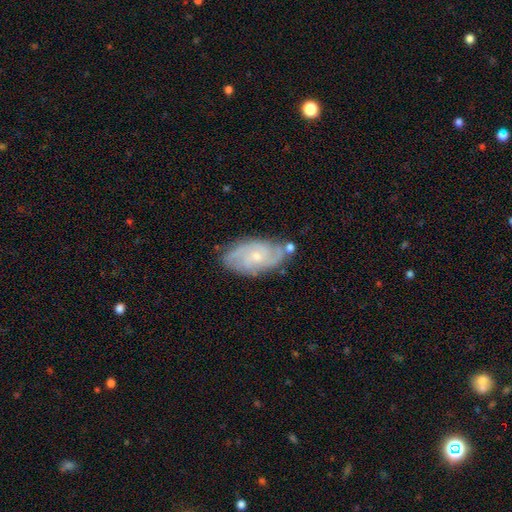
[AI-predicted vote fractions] Smooth or featured? featured or disk (80%)
Edge-on disk? no (96%)
Bar? no (68%)
Spiral arms? yes (95%)
Spiral winding? tight (53%)
Spiral arm count? 3 (30%)
Bulge size? small (67%)
Merging? none (70%)